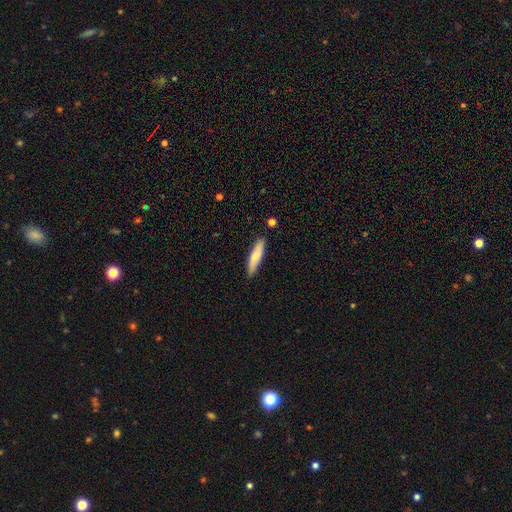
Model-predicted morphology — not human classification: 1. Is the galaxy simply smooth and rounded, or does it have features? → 70% smooth, 24% featured or disk, 6% star or artifact.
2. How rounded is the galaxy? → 76% cigar-shaped, 22% in between, 2% round.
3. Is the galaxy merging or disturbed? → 85% none, 11% minor disturbance, 2% merger, 2% major disturbance.